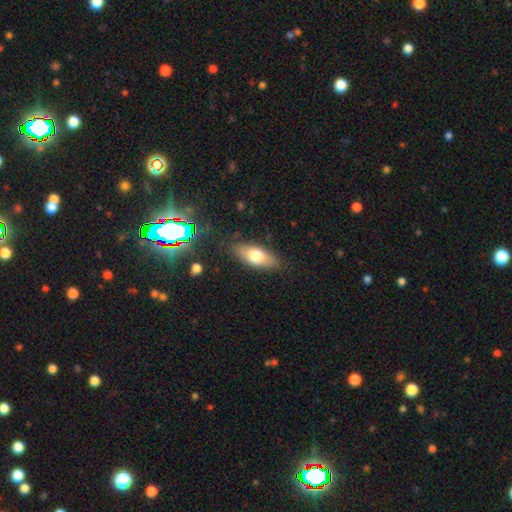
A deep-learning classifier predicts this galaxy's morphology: Smooth or featured?
  - smooth: 69% *
  - featured or disk: 23%
  - star or artifact: 8%
How rounded?
  - in between: 76% *
  - cigar-shaped: 20%
  - round: 3%
Merging?
  - none: 82% *
  - minor disturbance: 13%
  - major disturbance: 3%
  - merger: 2%